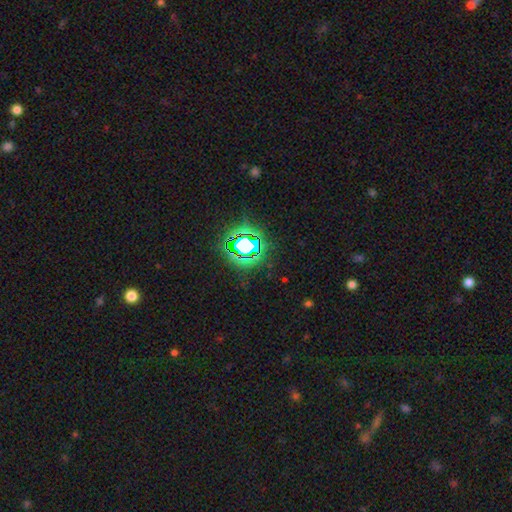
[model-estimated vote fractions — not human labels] A star or artifact, not a galaxy (79%).